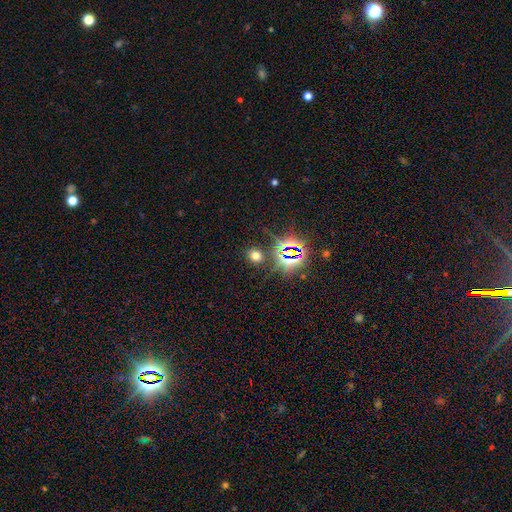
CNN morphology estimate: A smooth galaxy with no disk features (58%) that is round (72%). Merging: none (85%).